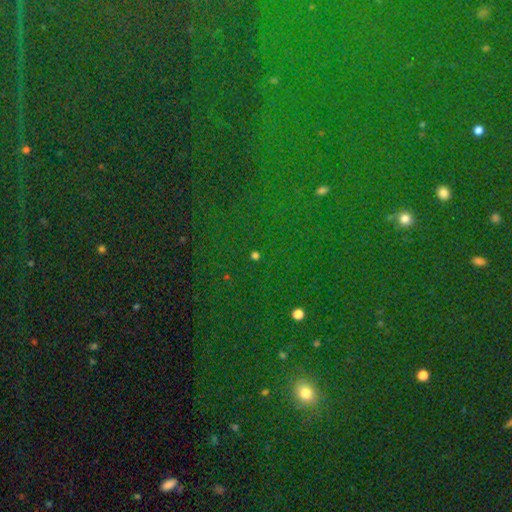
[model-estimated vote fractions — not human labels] A star or artifact, not a galaxy (74%).